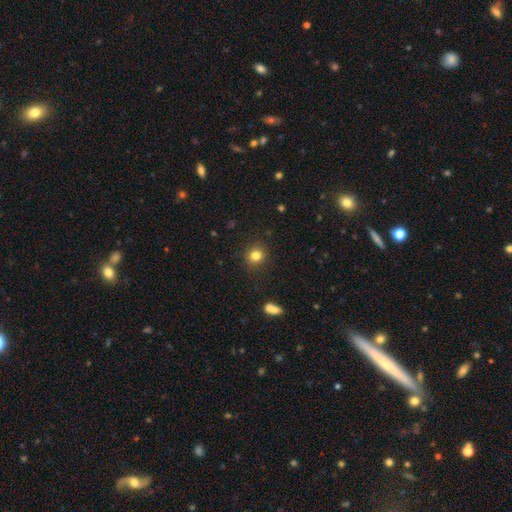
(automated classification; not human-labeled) Q: Smooth or featured?
A: smooth (81%); runner-up: star or artifact (12%)
Q: How rounded?
A: round (88%); runner-up: in between (12%)
Q: Merging?
A: none (89%); runner-up: minor disturbance (7%)